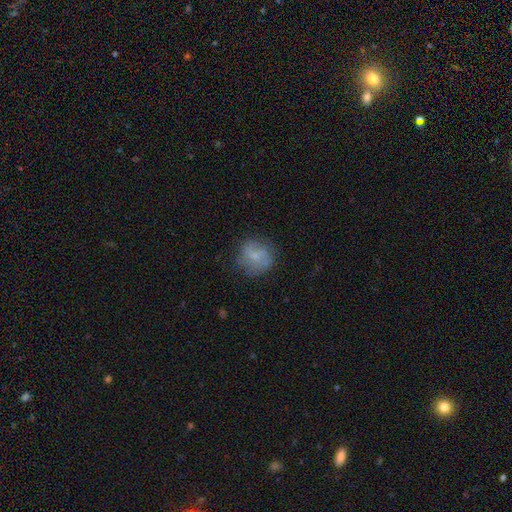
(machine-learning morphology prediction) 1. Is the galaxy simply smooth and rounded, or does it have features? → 57% smooth, 34% featured or disk, 9% star or artifact.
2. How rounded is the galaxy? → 85% round, 14% in between, 1% cigar-shaped.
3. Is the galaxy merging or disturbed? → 70% none, 20% minor disturbance, 8% major disturbance, 2% merger.